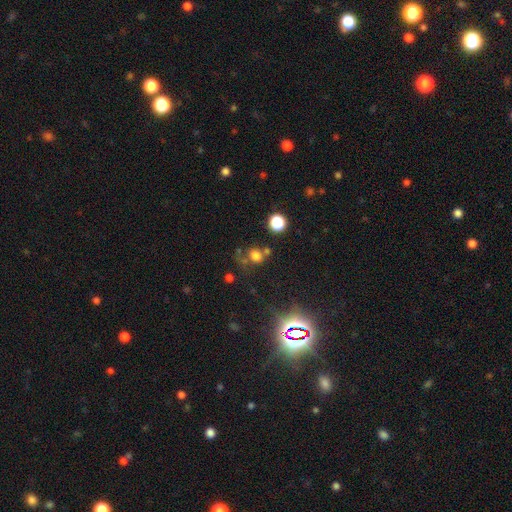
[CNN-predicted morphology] type=smooth (69%); roundness=round (75%); merging=none (54%).